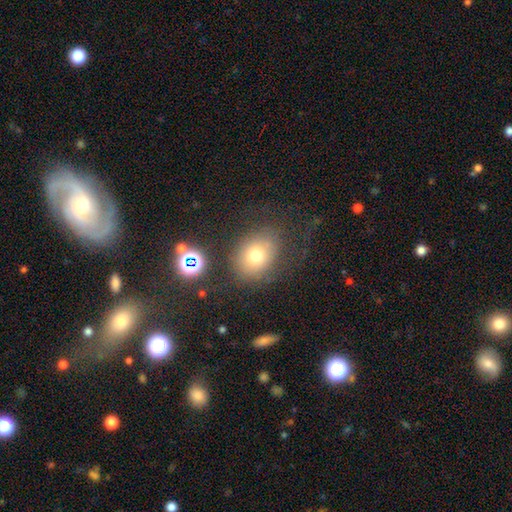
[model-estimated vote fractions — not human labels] The model was most divided on "how rounded": in between: 51%, round: 48%, cigar-shaped: 1%. More confident: merging — none (72%); smooth or featured — smooth (70%).